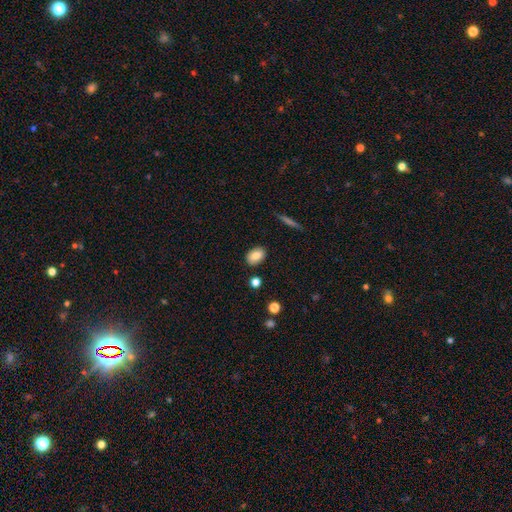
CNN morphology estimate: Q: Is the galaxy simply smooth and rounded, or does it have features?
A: smooth — 83%.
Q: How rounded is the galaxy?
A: in between — 81%.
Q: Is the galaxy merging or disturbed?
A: none — 86%.